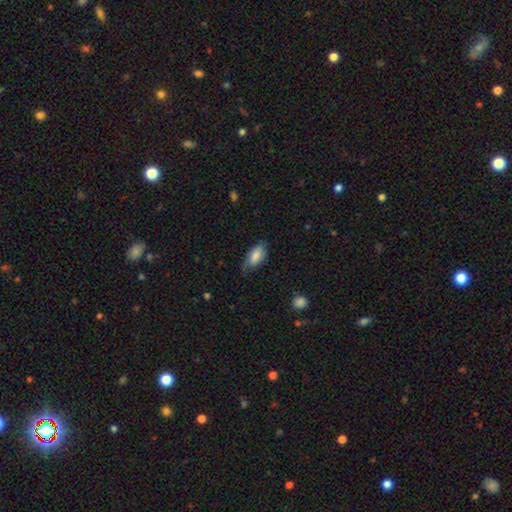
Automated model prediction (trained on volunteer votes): Smooth or featured?
  - smooth: 75% *
  - featured or disk: 19%
  - star or artifact: 6%
How rounded?
  - in between: 91% *
  - cigar-shaped: 7%
  - round: 3%
Merging?
  - none: 62% *
  - minor disturbance: 29%
  - major disturbance: 7%
  - merger: 1%